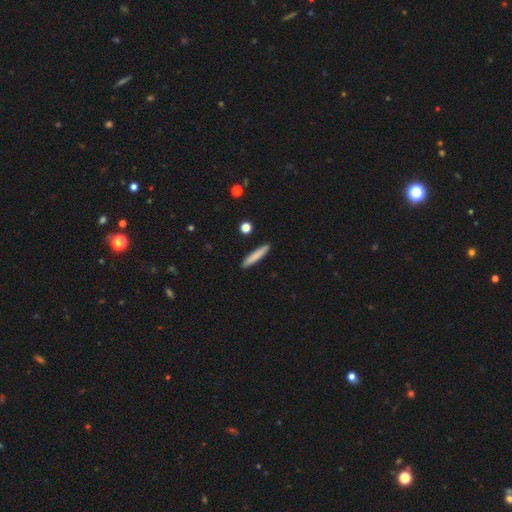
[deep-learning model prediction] smooth-or-featured: smooth: 80% | featured or disk: 13% | star or artifact: 6%
  how-rounded: cigar-shaped: 93% | in between: 6% | round: 1%
  merging: none: 91% | minor disturbance: 6% | merger: 2% | major disturbance: 1%